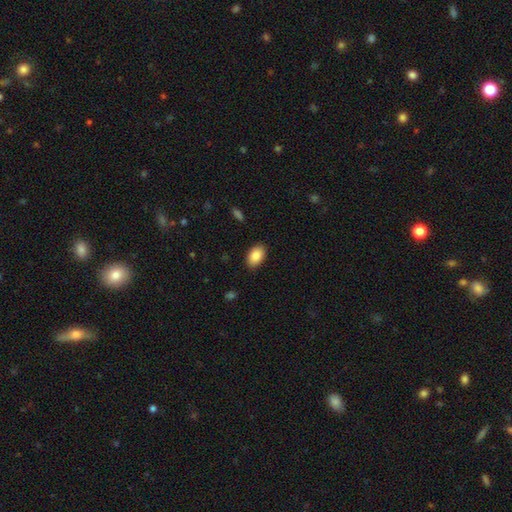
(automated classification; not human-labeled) smooth 88%, star or artifact 7%, featured or disk 5%. Down the decision tree: how rounded — in between (90%); merging — none (87%).